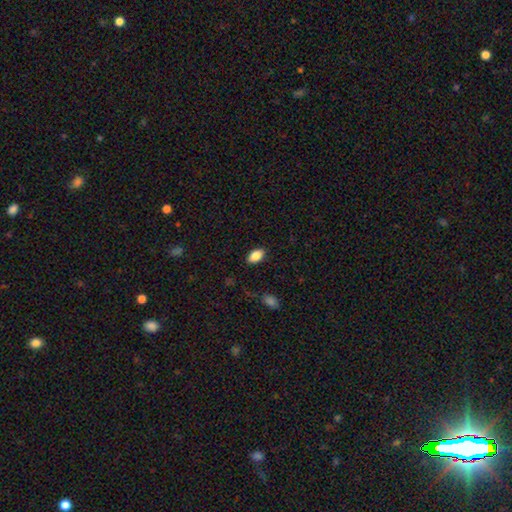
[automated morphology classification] Smooth or featured? smooth (87%)
How rounded? in between (92%)
Merging? none (87%)